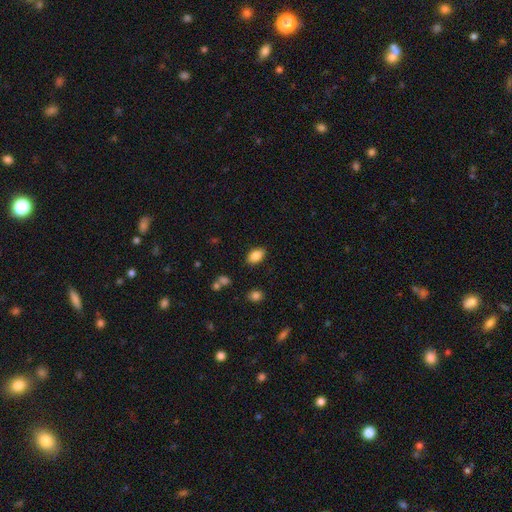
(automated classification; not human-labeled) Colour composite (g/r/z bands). It shows a smooth galaxy with no disk features (85%) that is in between round and cigar-shaped (89%). Merging: none (86%).